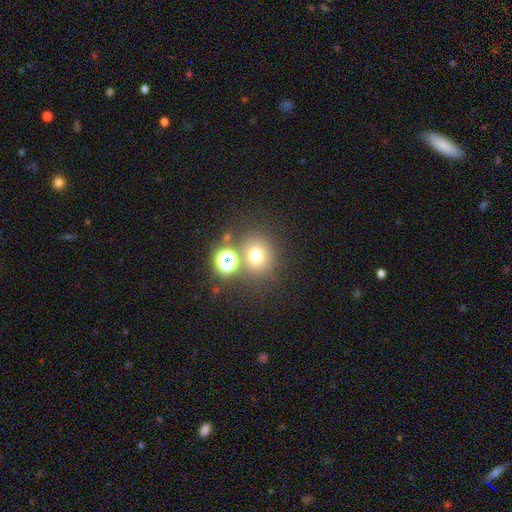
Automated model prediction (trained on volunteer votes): A smooth galaxy with no disk features (70%) that is round (81%).

Vote fractions:
- Smooth or featured? smooth: 70% / star or artifact: 21% / featured or disk: 10%
- How rounded? round: 81% / in between: 18% / cigar-shaped: 1%
- Merging? none: 71% / merger: 15% / minor disturbance: 9% / major disturbance: 5%